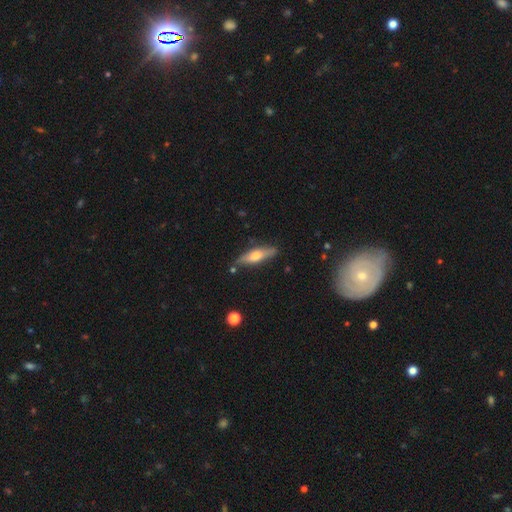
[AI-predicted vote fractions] This is possibly a smooth galaxy (48%). Merging: clearly none (80%).